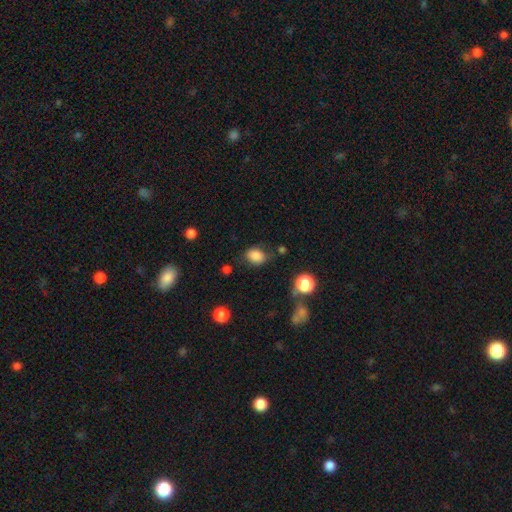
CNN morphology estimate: smooth_or_featured: smooth (p=0.84) [alt: star or artifact p=0.10]
how_rounded: in between (p=0.62) [alt: round p=0.36]
merging: none (p=0.70) [alt: minor disturbance p=0.20]